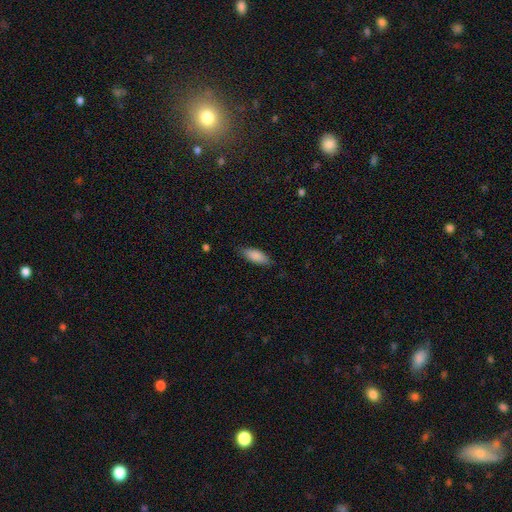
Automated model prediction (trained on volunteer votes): A smooth galaxy with no disk features (86%) that is in between round and cigar-shaped (76%). Merging: none (81%).